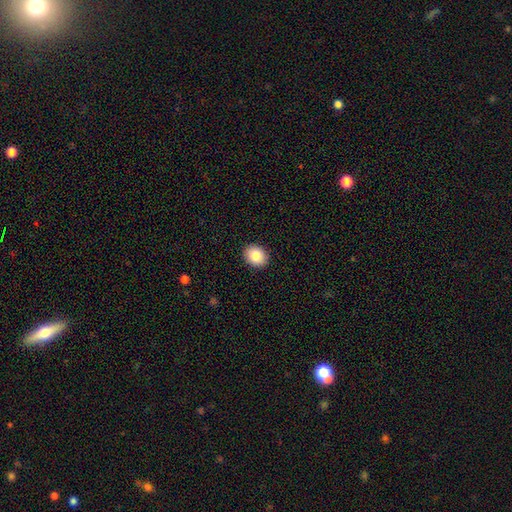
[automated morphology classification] Q: Smooth or featured?
A: smooth (83%); runner-up: star or artifact (9%)
Q: How rounded?
A: round (56%); runner-up: in between (43%)
Q: Merging?
A: none (91%); runner-up: minor disturbance (6%)